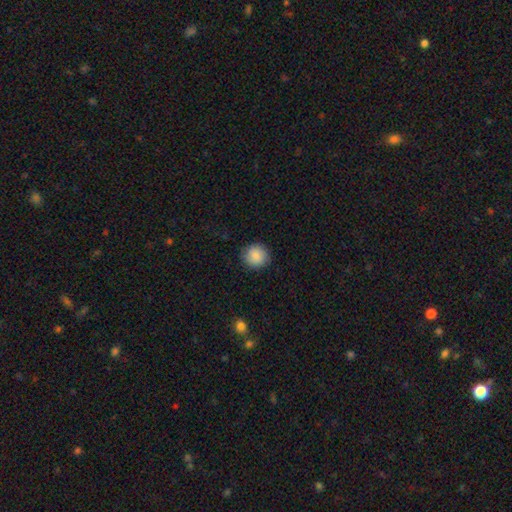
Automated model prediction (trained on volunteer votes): smooth_or_featured: smooth (p=0.86) [alt: star or artifact p=0.08]
how_rounded: round (p=0.91) [alt: in between p=0.08]
merging: none (p=0.88) [alt: minor disturbance p=0.09]